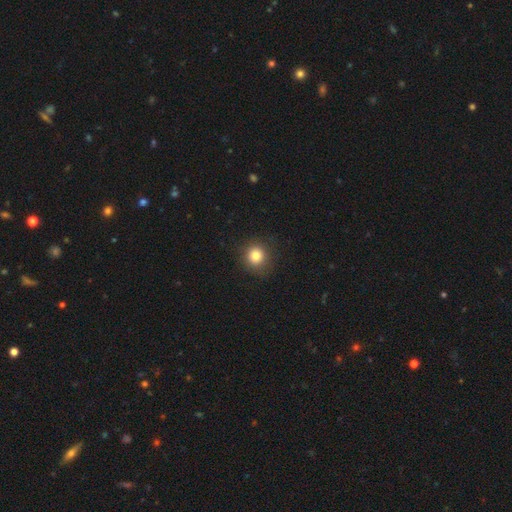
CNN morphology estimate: Smooth or featured: smooth — 82% (star or artifact — 12%)
How rounded: round — 89% (in between — 10%)
Merging: none — 88% (minor disturbance — 8%)